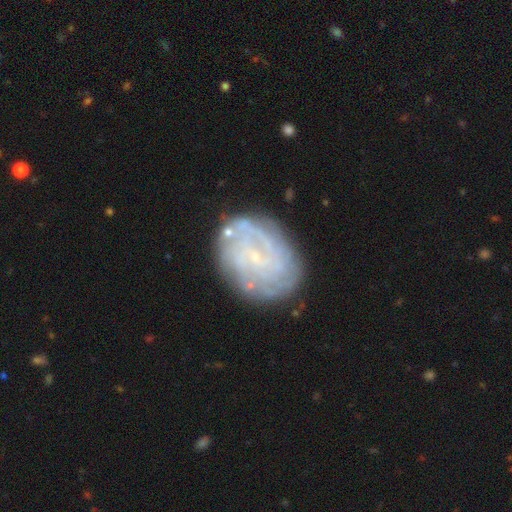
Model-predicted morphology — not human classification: Smooth or featured? Predicted: featured or disk (p=0.78). Edge-on disk? Predicted: no (p=0.97). Bar? Predicted: no (p=0.59). Spiral arms? Predicted: yes (p=0.89). Spiral winding? Predicted: tight (p=0.68). Spiral arm count? Predicted: can't tell (p=0.44). Bulge size? Predicted: small (p=0.79). Merging? Predicted: none (p=0.74).